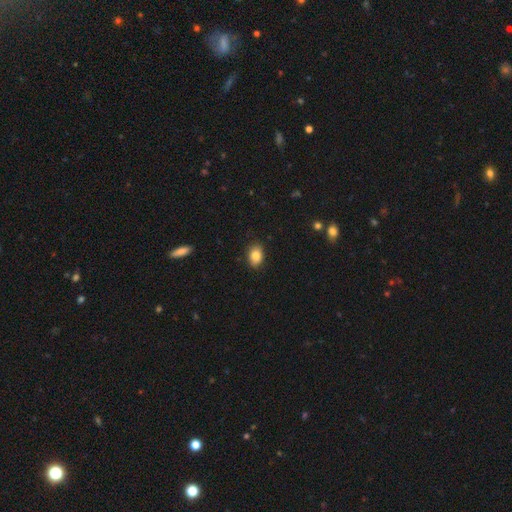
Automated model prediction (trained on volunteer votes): smooth 84%, star or artifact 8%, featured or disk 7%. Down the decision tree: how rounded — in between (82%); merging — none (87%).